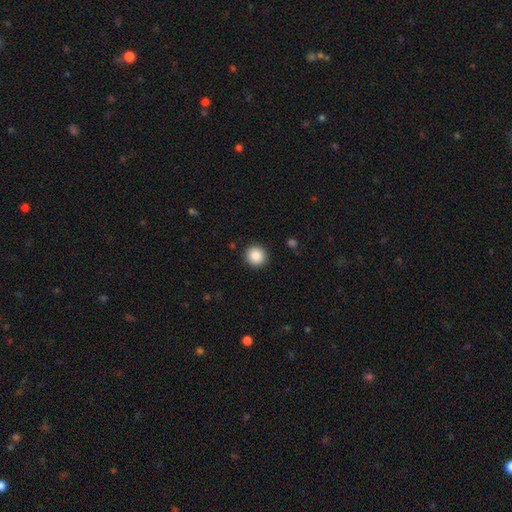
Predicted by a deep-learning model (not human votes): Overall: smooth (88%). How rounded: round (95%). Merging: none (92%).